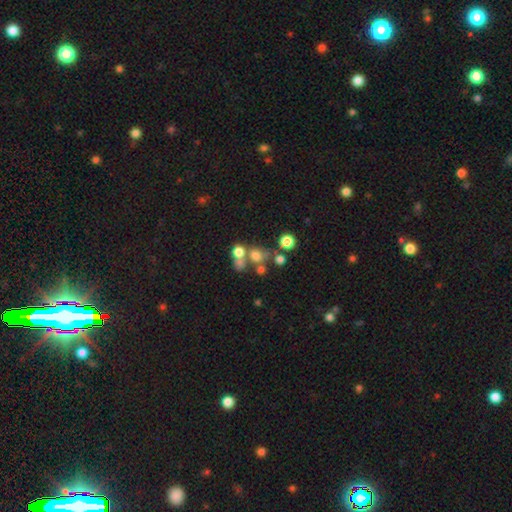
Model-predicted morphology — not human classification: smooth-or-featured: smooth: 63% | star or artifact: 20% | featured or disk: 17%
  how-rounded: round: 73% | in between: 26% | cigar-shaped: 2%
  merging: merger: 42% | none: 40% | minor disturbance: 10% | major disturbance: 9%